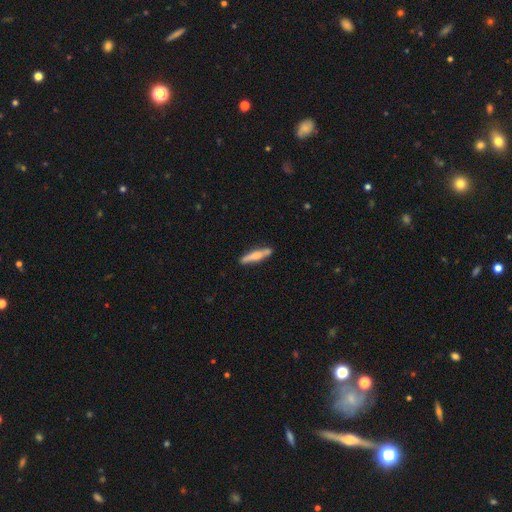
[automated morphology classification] This appears to be a smooth galaxy with no disk features (54%) that is cigar-shaped (88%). Merging: none (79%).